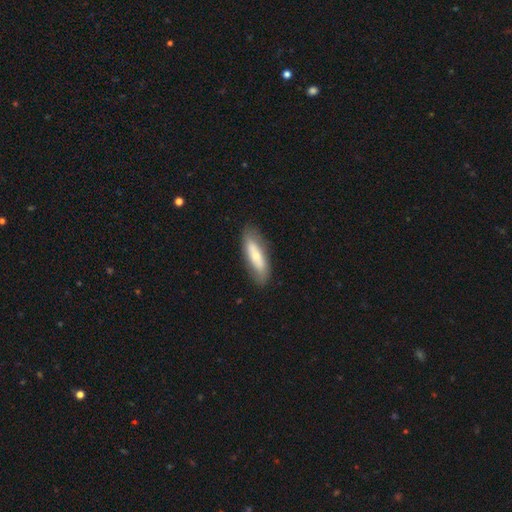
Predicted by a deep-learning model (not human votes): Smooth or featured? smooth (59%)
How rounded? in between (49%, tied with cigar-shaped)
Merging? none (82%)